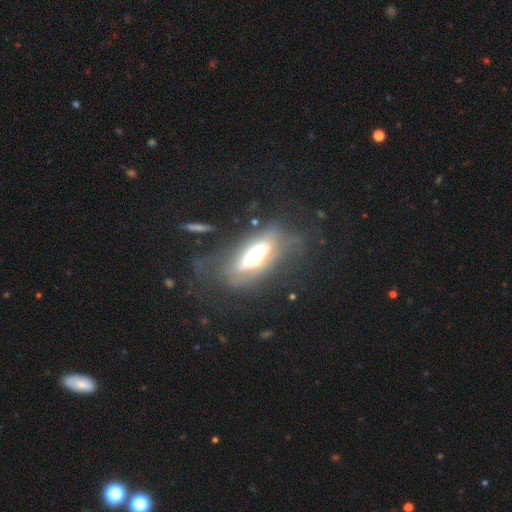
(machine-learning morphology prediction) The model was most divided on "edge-on disk": no: 62%, yes: 38%. Remaining: smooth or featured — featured or disk (63%); merging — none (50%).